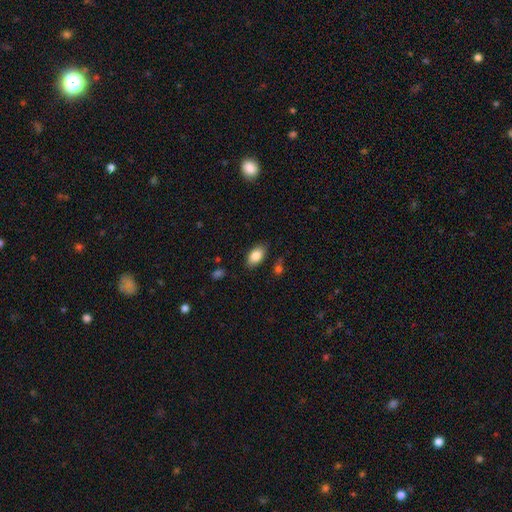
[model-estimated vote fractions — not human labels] Q: Smooth or featured?
A: smooth (85%); runner-up: featured or disk (8%)
Q: How rounded?
A: in between (92%); runner-up: round (6%)
Q: Merging?
A: none (84%); runner-up: minor disturbance (12%)